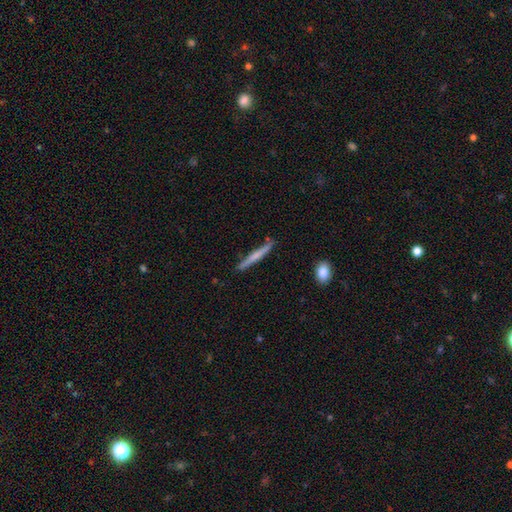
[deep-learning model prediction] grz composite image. It shows a smooth galaxy with no disk features (52%) that is cigar-shaped (96%). Merging: none (86%).